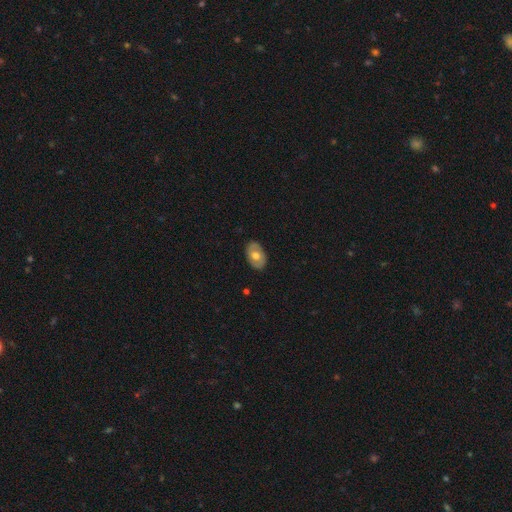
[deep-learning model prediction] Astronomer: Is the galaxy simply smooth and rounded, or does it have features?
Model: smooth — 55% (runner-up: featured or disk, 39%).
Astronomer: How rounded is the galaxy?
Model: in between — 86%.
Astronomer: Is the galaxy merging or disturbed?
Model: none — 84%.